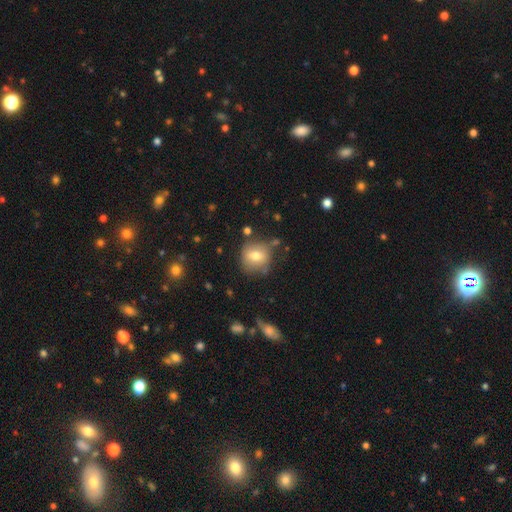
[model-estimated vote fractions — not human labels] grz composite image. It shows a smooth galaxy with no disk features (70%) that is round (81%). Merging: none (70%).